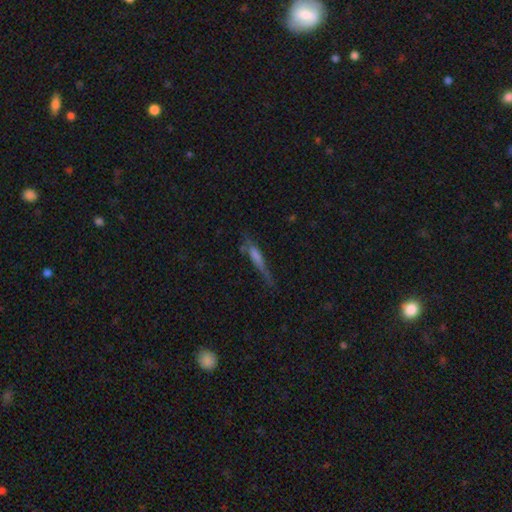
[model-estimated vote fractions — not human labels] A smooth galaxy with no disk features (47%). Merging: none (54%).